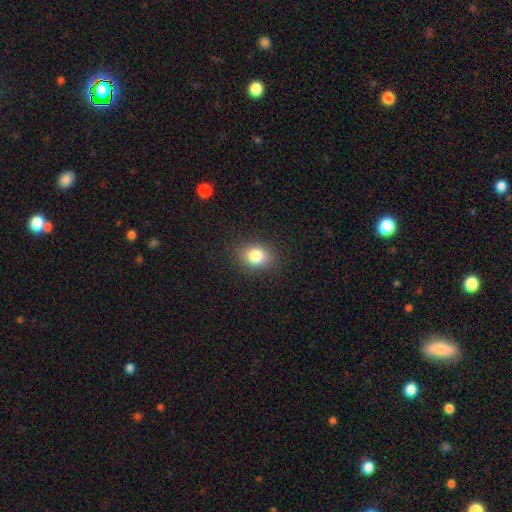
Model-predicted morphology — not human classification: Q: Smooth or featured?
A: smooth (83%); runner-up: star or artifact (10%)
Q: How rounded?
A: in between (57%); runner-up: round (42%)
Q: Merging?
A: none (87%); runner-up: minor disturbance (9%)